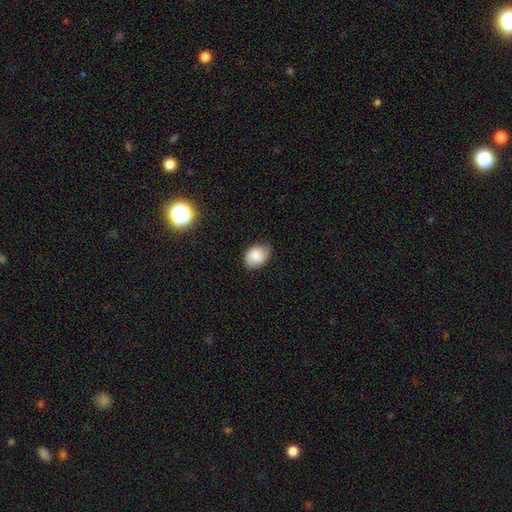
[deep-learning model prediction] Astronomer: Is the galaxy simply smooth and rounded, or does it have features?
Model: smooth — 81%.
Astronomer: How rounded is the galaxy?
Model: in between — 68%.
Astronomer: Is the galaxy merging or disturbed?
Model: none — 67%.